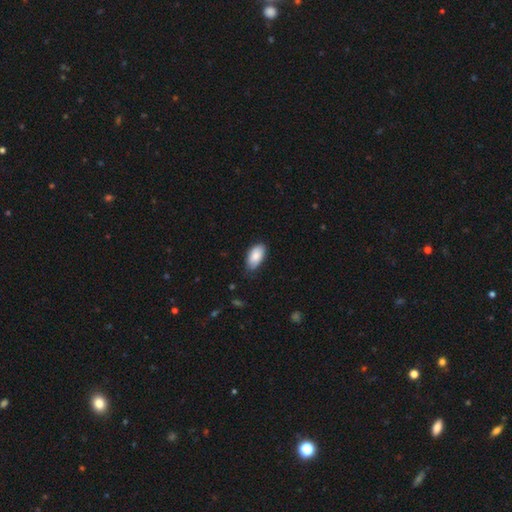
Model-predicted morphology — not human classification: A smooth galaxy with no disk features (86%) that is in between round and cigar-shaped (94%).

Vote fractions:
- Smooth or featured? smooth: 86% / featured or disk: 8% / star or artifact: 6%
- How rounded? in between: 94% / cigar-shaped: 3% / round: 3%
- Merging? none: 73% / minor disturbance: 23% / major disturbance: 3% / merger: 1%